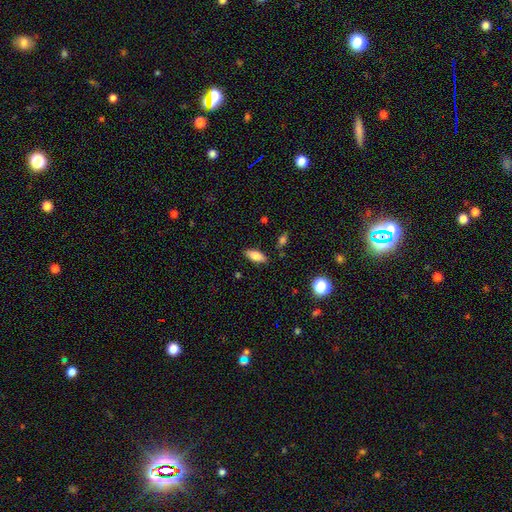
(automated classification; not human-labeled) This appears to be a smooth galaxy with no disk features (82%) that is in between round and cigar-shaped (81%). Merging: none (85%).